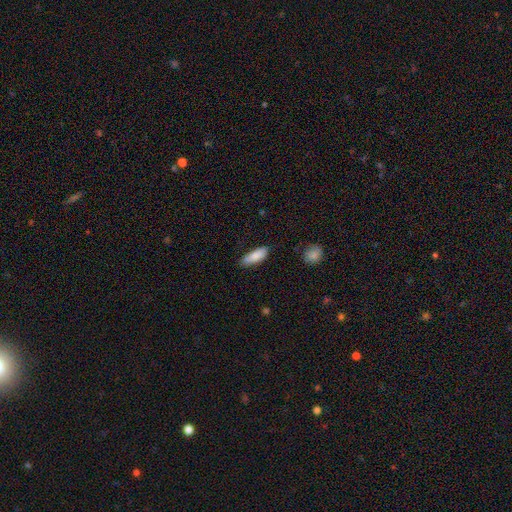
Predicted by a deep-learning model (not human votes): smooth_or_featured: smooth (p=0.87) [alt: featured or disk p=0.07]
how_rounded: in between (p=0.67) [alt: cigar-shaped p=0.31]
merging: none (p=0.78) [alt: minor disturbance p=0.17]